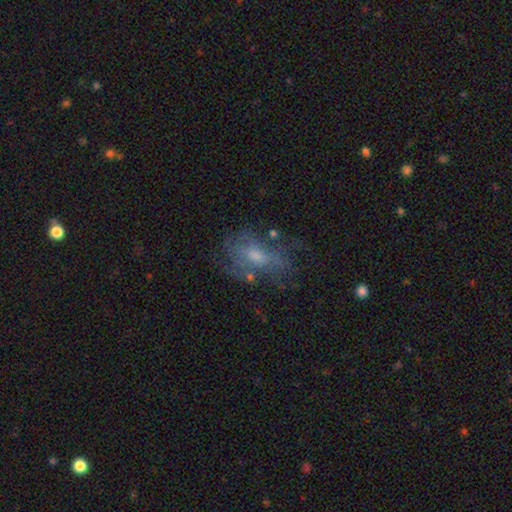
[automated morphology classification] smooth-or-featured: featured or disk: 55% | smooth: 31% | star or artifact: 13%
  disk-edge-on: no: 92% | yes: 8%
    bar: no: 64% | weak: 30% | strong: 6%
    has-spiral-arms: no: 56% | yes: 44%
    bulge-size: moderate: 43% | small: 41% | none: 10% | large: 4% | dominant: 1%
  merging: none: 50% | major disturbance: 23% | minor disturbance: 22% | merger: 5%